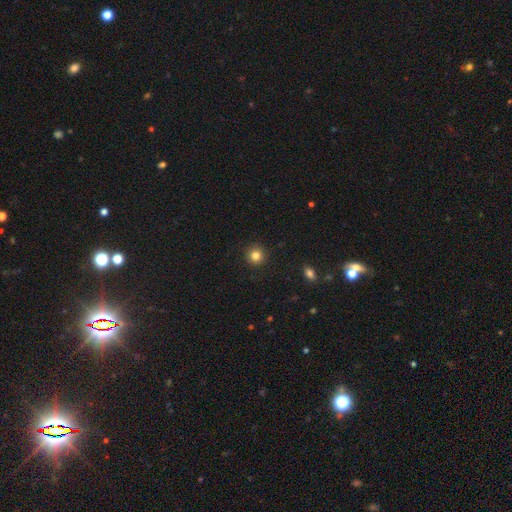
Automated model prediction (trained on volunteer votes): A smooth galaxy with no disk features (83%) that is round (94%). Merging: none (92%).